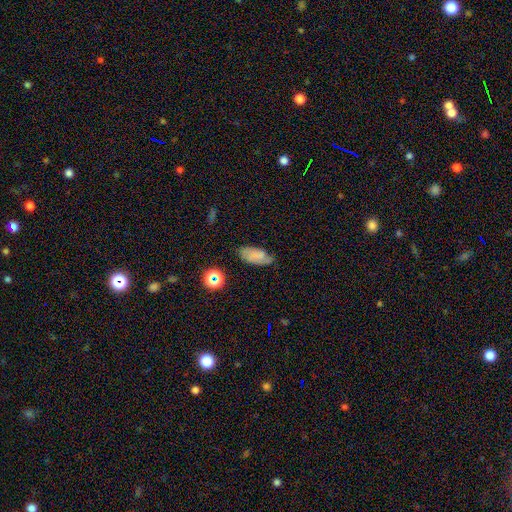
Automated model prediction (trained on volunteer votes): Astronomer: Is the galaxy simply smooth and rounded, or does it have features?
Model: smooth — 64%.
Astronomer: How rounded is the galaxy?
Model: in between — 88%.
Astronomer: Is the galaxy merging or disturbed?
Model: none — 63%.